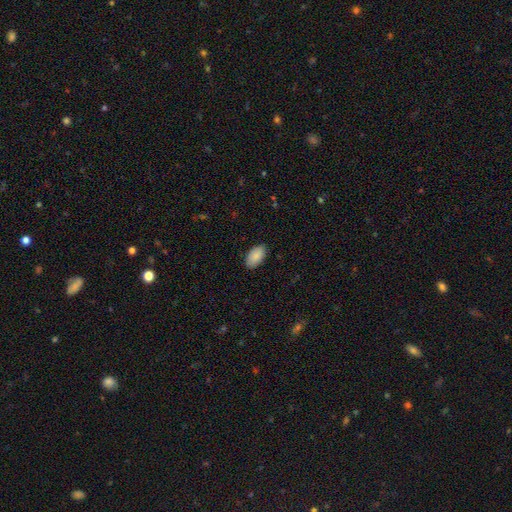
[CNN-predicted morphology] Overall: smooth (88%). How rounded: in between (95%). Merging: none (88%).